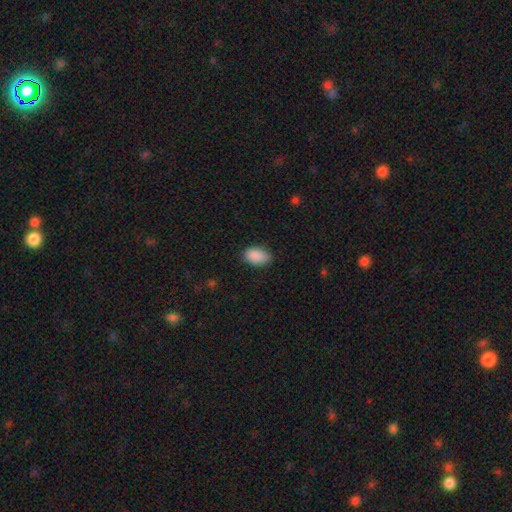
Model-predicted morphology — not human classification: A smooth galaxy with no disk features (90%) that is in between round and cigar-shaped (90%).

Vote fractions:
- Smooth or featured? smooth: 90% / star or artifact: 7% / featured or disk: 3%
- How rounded? in between: 90% / round: 9% / cigar-shaped: 1%
- Merging? none: 79% / minor disturbance: 17% / major disturbance: 3% / merger: 1%